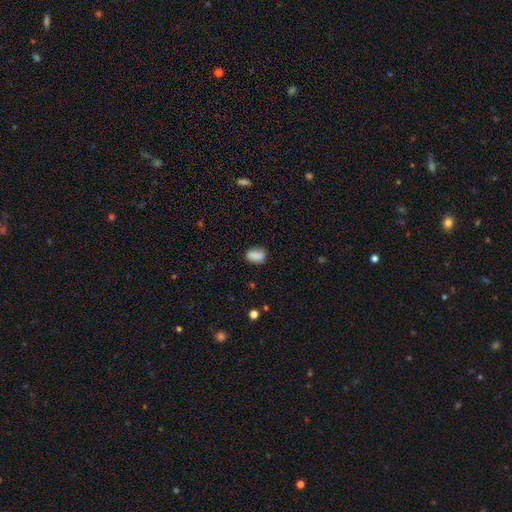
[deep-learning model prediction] Smooth or featured: smooth — 83% (star or artifact — 9%)
How rounded: in between — 79% (round — 17%)
Merging: none — 74% (minor disturbance — 18%)